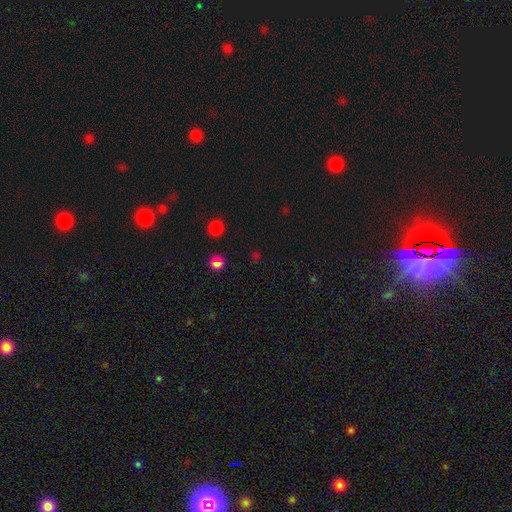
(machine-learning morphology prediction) Smooth or featured?
  - star or artifact: 58% *
  - smooth: 35%
  - featured or disk: 7%